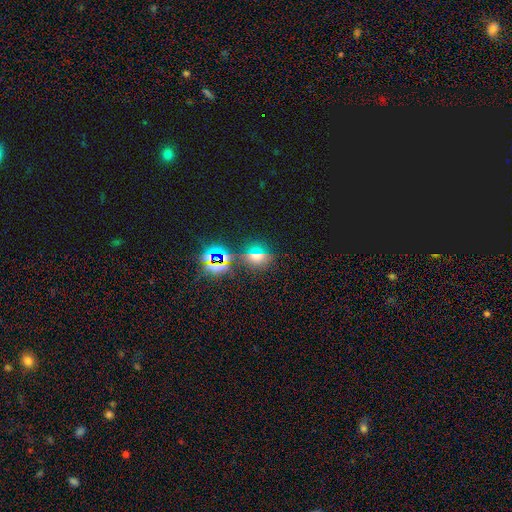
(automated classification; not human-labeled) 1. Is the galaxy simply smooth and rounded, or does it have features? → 49% star or artifact, 37% smooth, 14% featured or disk.